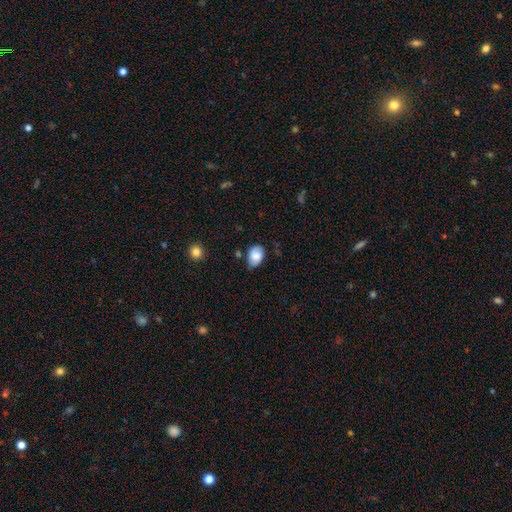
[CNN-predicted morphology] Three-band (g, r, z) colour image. It shows a smooth galaxy with no disk features (76%) that is in between round and cigar-shaped (76%). Merging: none (61%).